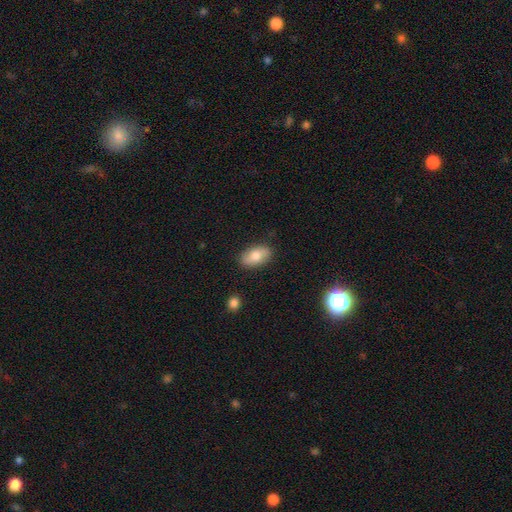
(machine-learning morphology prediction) This appears to be a smooth galaxy with no disk features (77%) that is in between round and cigar-shaped (92%). Merging: none (85%).